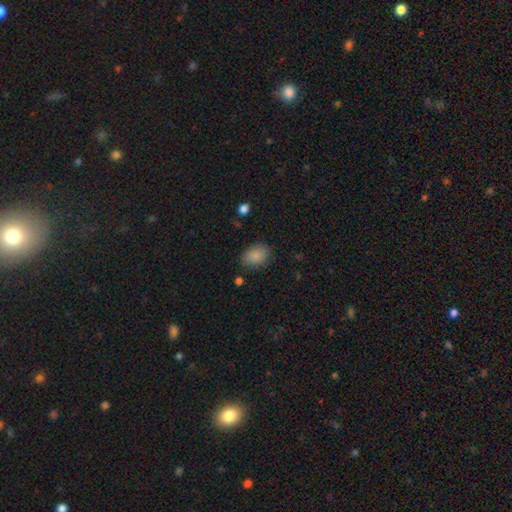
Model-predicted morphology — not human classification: This is clearly a smooth galaxy (87%). How rounded: likely in between (76%). Merging: likely none (78%).